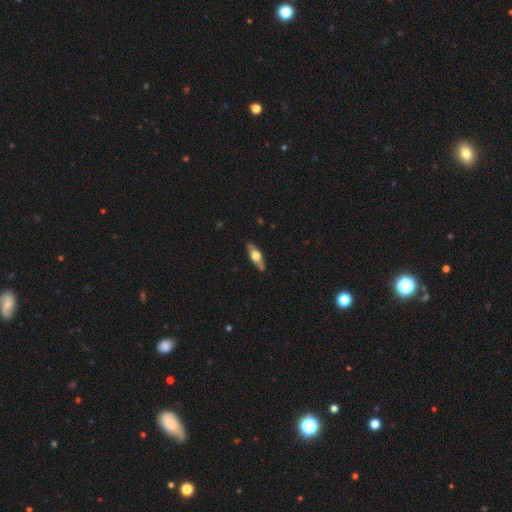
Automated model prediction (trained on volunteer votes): A featured or disk galaxy (55%) viewed edge-on (87%). Merging: none (87%).